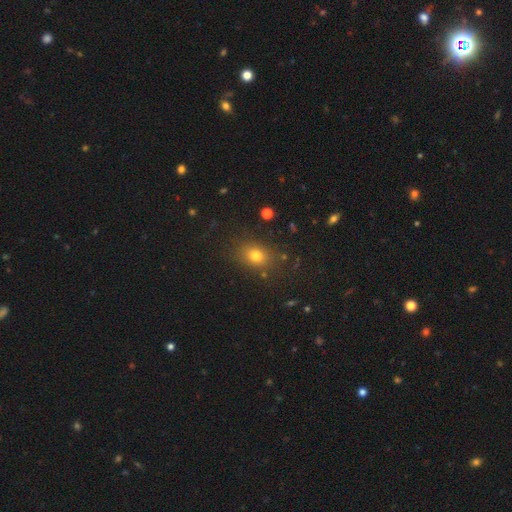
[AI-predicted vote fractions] A smooth galaxy with no disk features (75%) that is in between round and cigar-shaped (54%).

Vote fractions:
- Smooth or featured? smooth: 75% / star or artifact: 16% / featured or disk: 8%
- How rounded? in between: 54% / round: 44% / cigar-shaped: 1%
- Merging? none: 82% / minor disturbance: 11% / major disturbance: 4% / merger: 3%